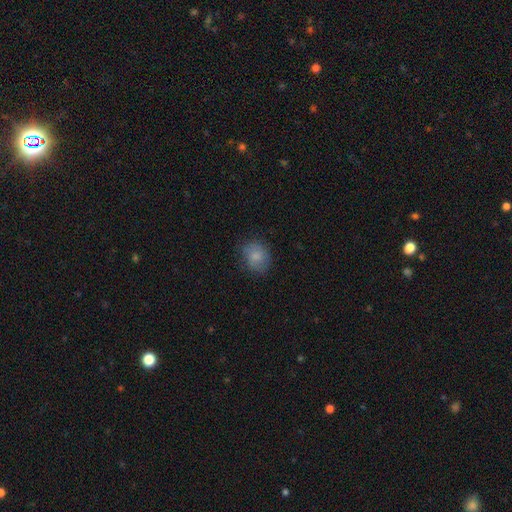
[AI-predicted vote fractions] smooth 82%, featured or disk 10%, star or artifact 8%. Down the decision tree: how rounded — round (67%); merging — none (77%).